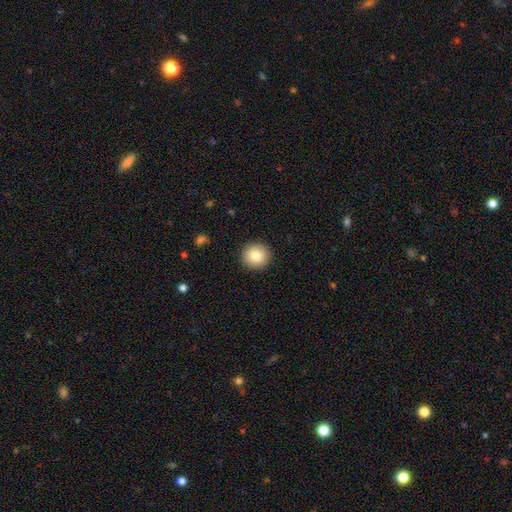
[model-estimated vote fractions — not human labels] A smooth galaxy with no disk features (83%) that is round (93%).

Vote fractions:
- Smooth or featured? smooth: 83% / star or artifact: 9% / featured or disk: 8%
- How rounded? round: 93% / in between: 6% / cigar-shaped: 1%
- Merging? none: 92% / minor disturbance: 6% / major disturbance: 2% / merger: 1%